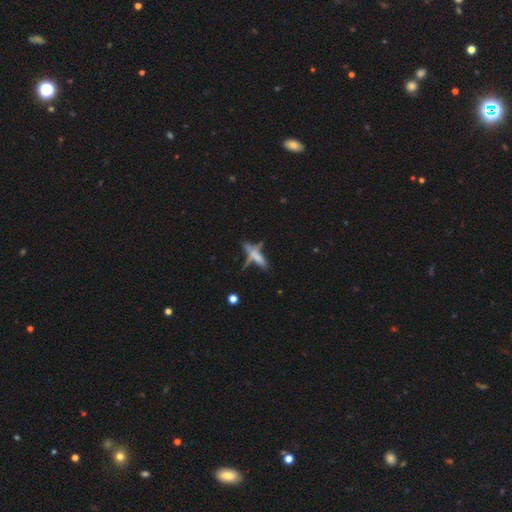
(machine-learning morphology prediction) A smooth galaxy with no disk features (51%) that is cigar-shaped (77%).

Vote fractions:
- Smooth or featured? smooth: 51% / featured or disk: 36% / star or artifact: 13%
- How rounded? cigar-shaped: 77% / in between: 20% / round: 4%
- Merging? none: 42% / merger: 28% / minor disturbance: 17% / major disturbance: 14%